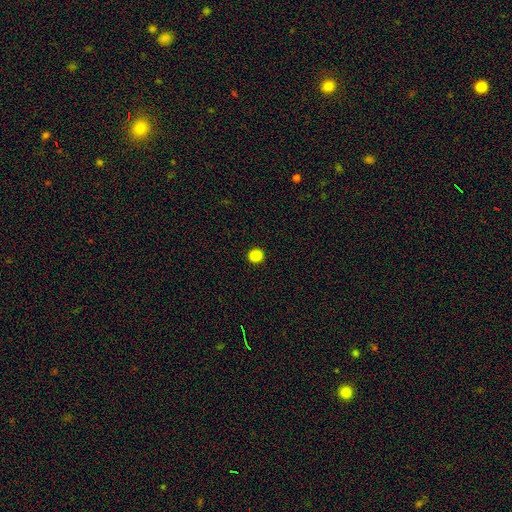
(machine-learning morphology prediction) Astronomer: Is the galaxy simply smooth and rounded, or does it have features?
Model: smooth — 87%.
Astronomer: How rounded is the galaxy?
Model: round — 90%.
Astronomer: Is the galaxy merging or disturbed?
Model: none — 93%.